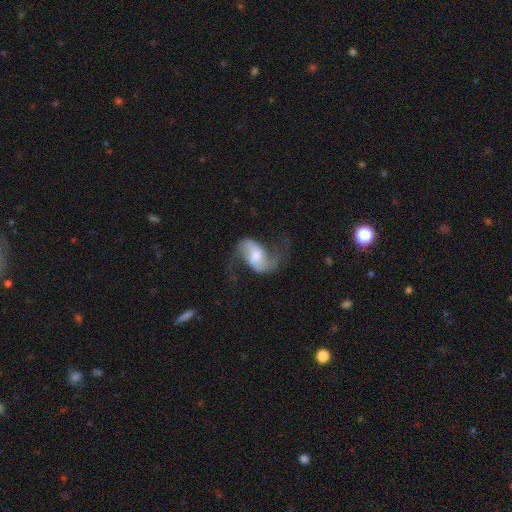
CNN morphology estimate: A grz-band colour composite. It shows a featured or disk galaxy (85%) with a weak bar (47%), 2 (93%) loose (72%) spiral arms (96%) and a moderate central bulge (45%). Merging: none (67%).